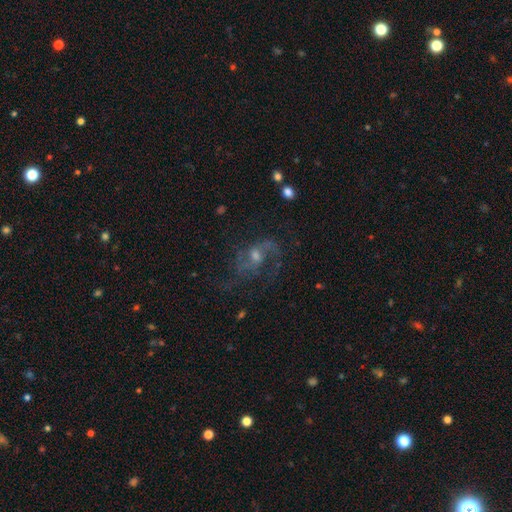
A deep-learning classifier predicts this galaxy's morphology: Q: Smooth or featured?
A: featured or disk (75%); runner-up: star or artifact (14%)
Q: Edge-on disk?
A: no (97%); runner-up: yes (3%)
Q: Bar?
A: no (56%); runner-up: weak (36%)
Q: Spiral arms?
A: yes (89%); runner-up: no (11%)
Q: Spiral winding?
A: loose (45%); runner-up: medium (43%)
Q: Spiral arm count?
A: 2 (59%); runner-up: can't tell (15%)
Q: Bulge size?
A: moderate (52%); runner-up: small (37%)
Q: Merging?
A: none (57%); runner-up: major disturbance (23%)